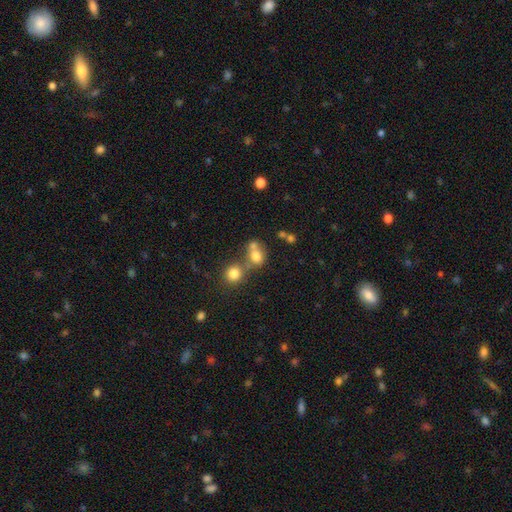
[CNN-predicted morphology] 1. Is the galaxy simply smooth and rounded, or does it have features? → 72% smooth, 14% featured or disk, 14% star or artifact.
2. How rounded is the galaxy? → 58% round, 41% in between, 1% cigar-shaped.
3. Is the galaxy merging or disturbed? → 46% merger, 37% none, 10% minor disturbance, 6% major disturbance.